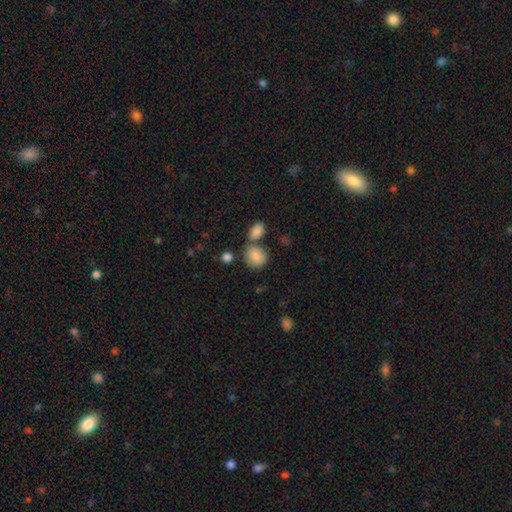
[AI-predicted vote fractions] smooth_or_featured: smooth (p=0.86) [alt: star or artifact p=0.08]
how_rounded: round (p=0.61) [alt: in between p=0.38]
merging: none (p=0.58) [alt: merger p=0.23]